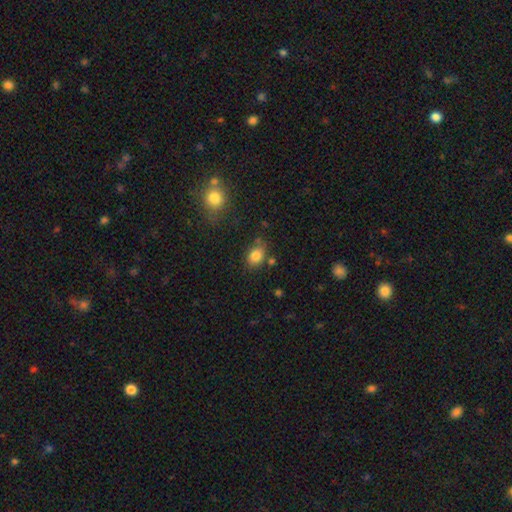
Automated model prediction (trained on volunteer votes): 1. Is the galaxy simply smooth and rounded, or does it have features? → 82% smooth, 10% star or artifact, 7% featured or disk.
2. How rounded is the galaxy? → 67% in between, 32% round, 1% cigar-shaped.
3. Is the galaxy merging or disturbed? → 72% none, 16% minor disturbance, 8% merger, 4% major disturbance.